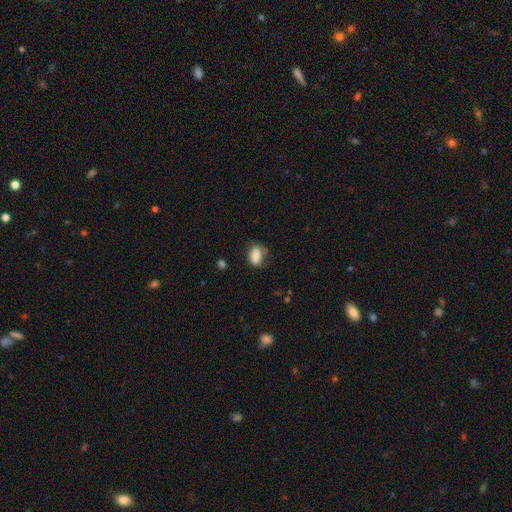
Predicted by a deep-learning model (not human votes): smooth-or-featured: smooth: 79% | featured or disk: 13% | star or artifact: 8%
  how-rounded: in between: 83% | round: 15% | cigar-shaped: 2%
  merging: none: 65% | minor disturbance: 25% | major disturbance: 8% | merger: 2%